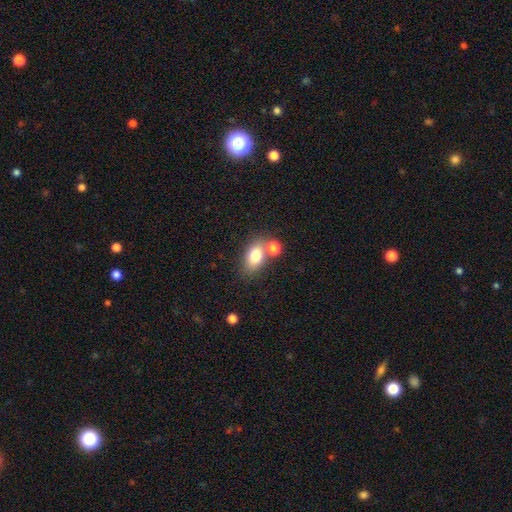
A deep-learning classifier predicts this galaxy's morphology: This is likely a smooth galaxy (79%). How rounded: clearly in between (83%). Merging: possibly none (57%).